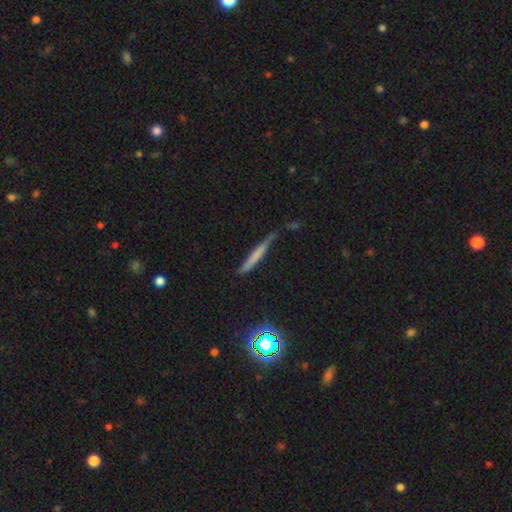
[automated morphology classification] Smooth or featured? smooth (55%)
How rounded? cigar-shaped (94%)
Merging? none (64%)